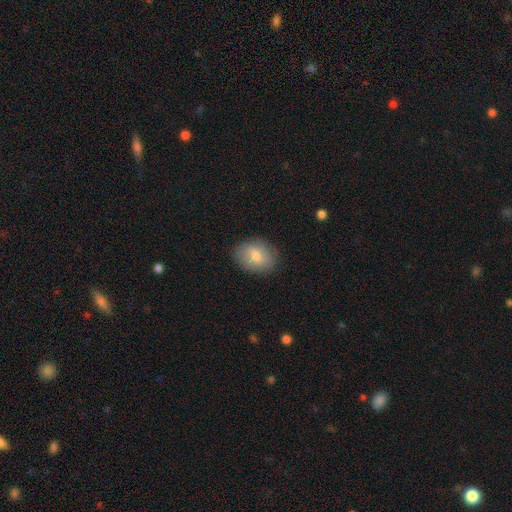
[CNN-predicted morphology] Smooth or featured?
  - smooth: 73% *
  - featured or disk: 19%
  - star or artifact: 8%
How rounded?
  - in between: 66% *
  - round: 32%
  - cigar-shaped: 1%
Merging?
  - none: 85% *
  - minor disturbance: 11%
  - major disturbance: 3%
  - merger: 1%